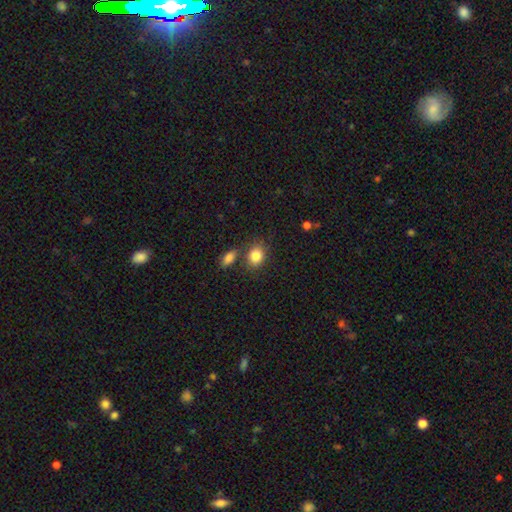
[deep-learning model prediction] Smooth or featured: smooth — 84% (star or artifact — 9%)
How rounded: in between — 54% (round — 44%)
Merging: none — 68% (merger — 15%)